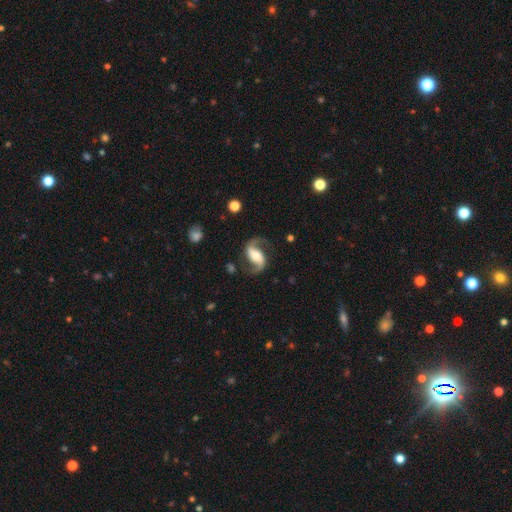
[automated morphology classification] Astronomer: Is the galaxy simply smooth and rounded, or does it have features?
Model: featured or disk — 88%.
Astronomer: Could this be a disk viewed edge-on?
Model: no — 97%.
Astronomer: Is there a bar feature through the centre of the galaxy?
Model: weak — 35% (runner-up: strong, 34%).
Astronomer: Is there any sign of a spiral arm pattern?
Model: yes — 97%.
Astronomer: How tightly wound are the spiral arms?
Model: loose — 59%.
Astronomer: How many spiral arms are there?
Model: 2 — 93%.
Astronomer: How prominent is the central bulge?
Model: moderate — 49%.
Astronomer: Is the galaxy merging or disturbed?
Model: none — 76%.